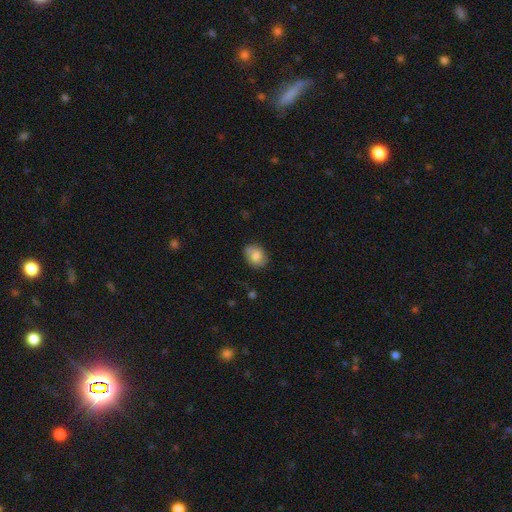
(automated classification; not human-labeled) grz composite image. It shows a smooth galaxy with no disk features (79%) that is in between round and cigar-shaped (61%). Merging: none (73%).